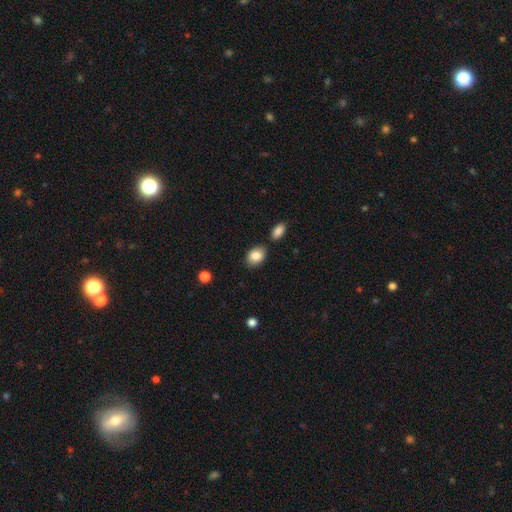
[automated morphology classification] This is clearly a smooth galaxy (85%). How rounded: likely in between (77%). Merging: likely none (75%).